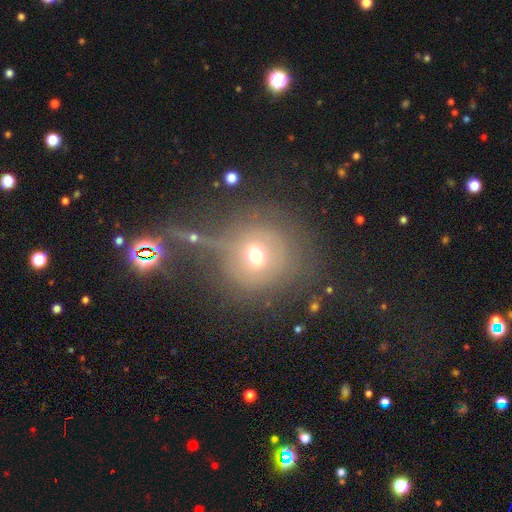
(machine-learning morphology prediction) Q: Smooth or featured?
A: smooth (53%); runner-up: featured or disk (30%)
Q: How rounded?
A: round (89%); runner-up: in between (10%)
Q: Merging?
A: none (43%); runner-up: major disturbance (25%)